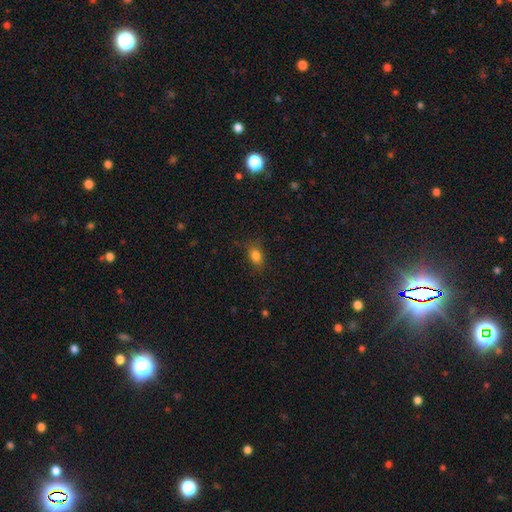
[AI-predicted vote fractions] smooth 82%, star or artifact 12%, featured or disk 7%. Down the decision tree: how rounded — in between (73%); merging — none (77%).